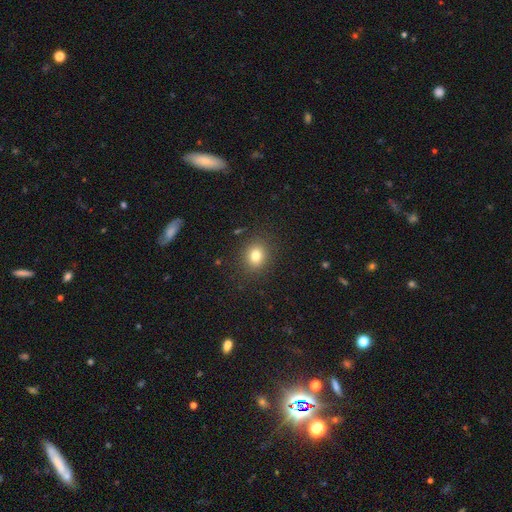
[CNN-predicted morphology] Smooth or featured? smooth (79%)
How rounded? round (71%)
Merging? none (88%)